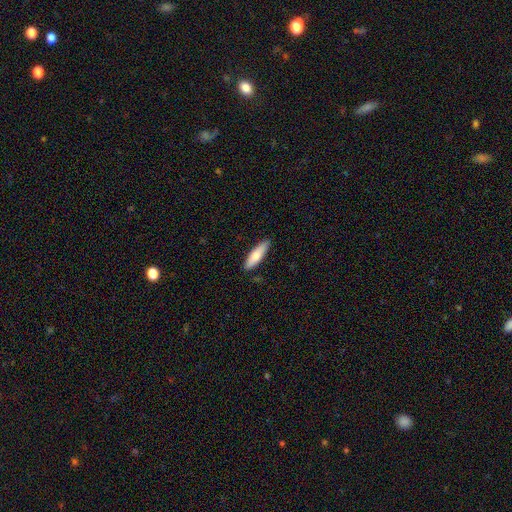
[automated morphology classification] A smooth galaxy with no disk features (73%) that is cigar-shaped (61%).

Vote fractions:
- Smooth or featured? smooth: 73% / featured or disk: 22% / star or artifact: 5%
- How rounded? cigar-shaped: 61% / in between: 37% / round: 2%
- Merging? none: 89% / minor disturbance: 9% / major disturbance: 2% / merger: 1%